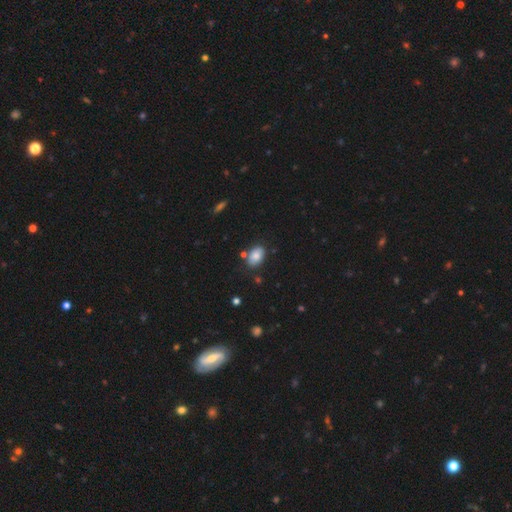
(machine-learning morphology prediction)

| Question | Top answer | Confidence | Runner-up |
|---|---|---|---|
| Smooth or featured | smooth | 83% | star or artifact (8%) |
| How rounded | in between | 87% | round (12%) |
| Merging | none | 76% | minor disturbance (15%) |